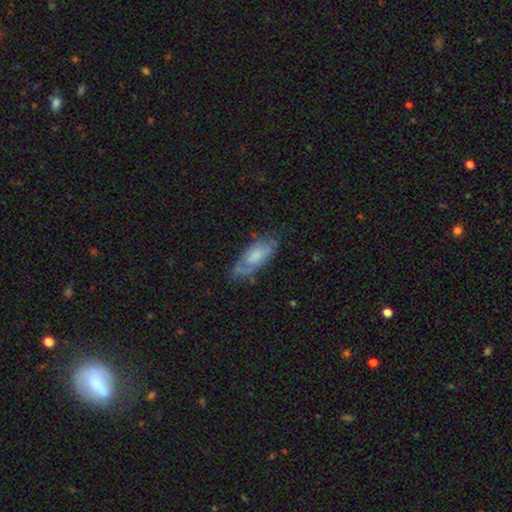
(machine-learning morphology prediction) This is possibly a smooth galaxy (54%). How rounded: clearly in between (81%). Merging: likely none (60%).